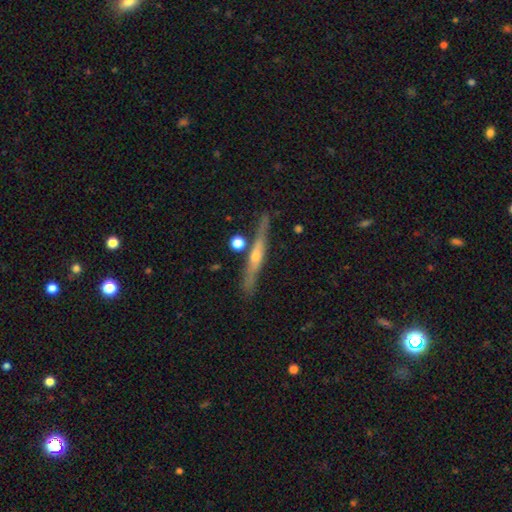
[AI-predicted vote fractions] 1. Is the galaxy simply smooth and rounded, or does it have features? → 75% featured or disk, 18% smooth, 7% star or artifact.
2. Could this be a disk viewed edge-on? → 97% yes, 3% no.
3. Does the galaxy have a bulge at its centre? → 80% rounded, 15% none, 5% boxy.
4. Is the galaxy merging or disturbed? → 83% none, 10% minor disturbance, 4% merger, 2% major disturbance.